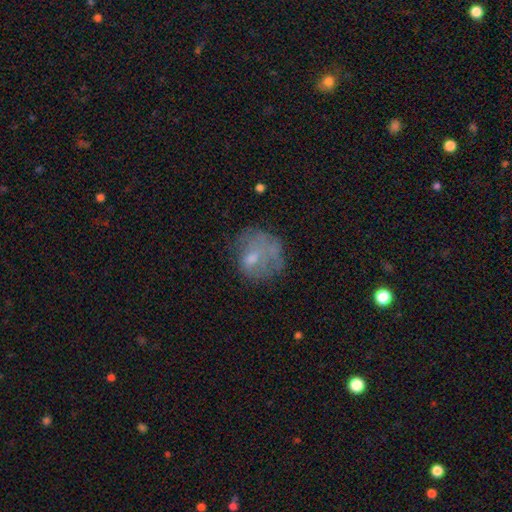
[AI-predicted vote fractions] A smooth galaxy with no disk features (51%) that is round (71%).

Vote fractions:
- Smooth or featured? smooth: 51% / featured or disk: 36% / star or artifact: 12%
- How rounded? round: 71% / in between: 28% / cigar-shaped: 1%
- Merging? none: 47% / major disturbance: 25% / minor disturbance: 24% / merger: 4%